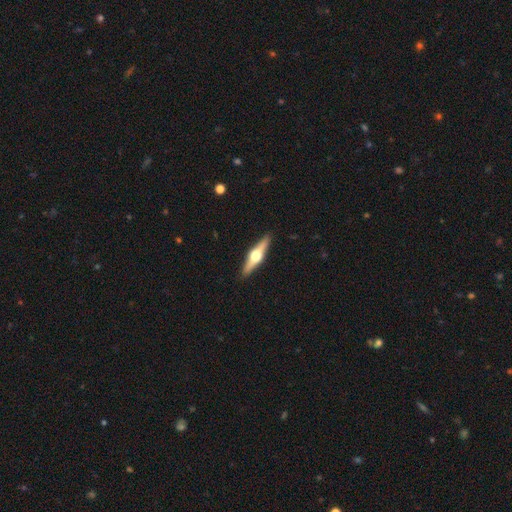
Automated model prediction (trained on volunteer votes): Overall: featured or disk (71%). Edge-on disk: yes (97%). Edge-on bulge: rounded (96%). Merging: none (91%).